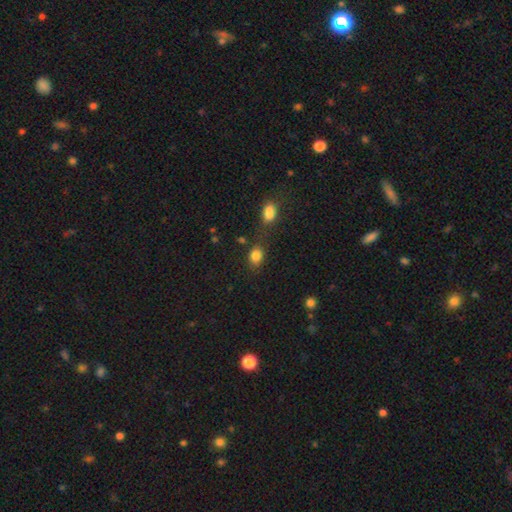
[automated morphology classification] Smooth or featured? Predicted: smooth (p=0.83). How rounded? Predicted: in between (p=0.60). Merging? Predicted: none (p=0.64).